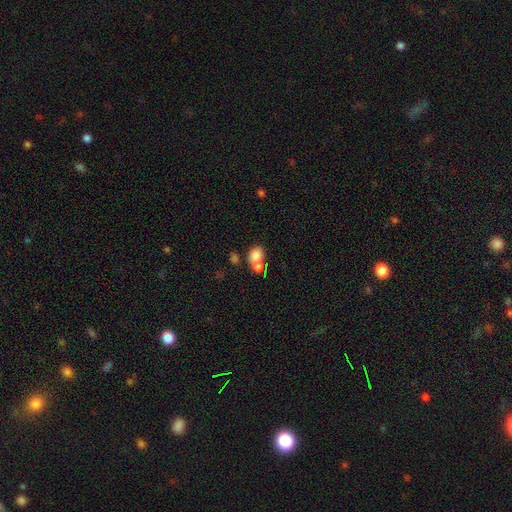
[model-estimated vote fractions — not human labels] The model was most divided on "how rounded": round: 52%, in between: 47%, cigar-shaped: 1%. Remaining: smooth or featured — smooth (80%); merging — merger (45%).